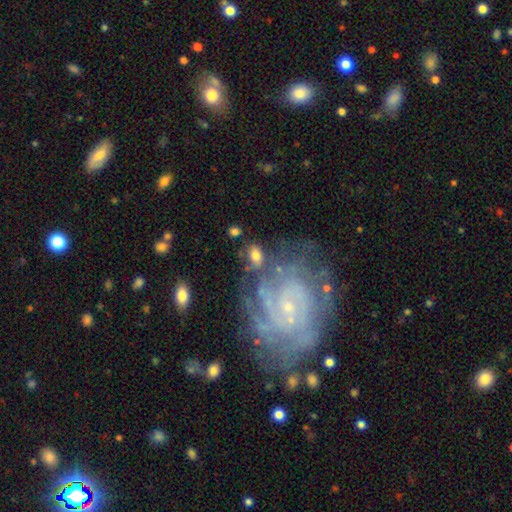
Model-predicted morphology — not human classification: This appears to be a smooth galaxy with no disk features (53%) that is in between round and cigar-shaped (84%). Merging: none (61%).